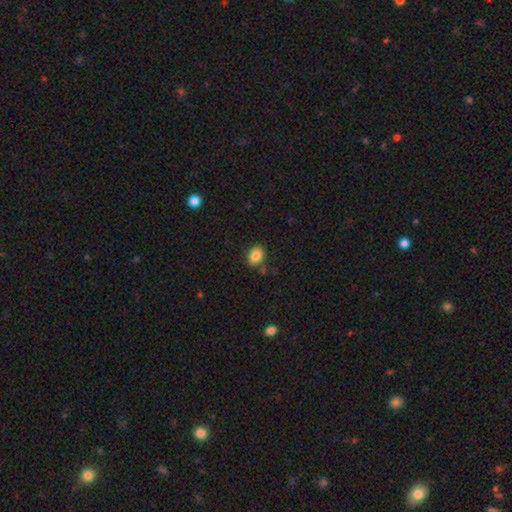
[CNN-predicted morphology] Smooth or featured? Predicted: smooth (p=0.85). How rounded? Predicted: in between (p=0.65). Merging? Predicted: none (p=0.79).